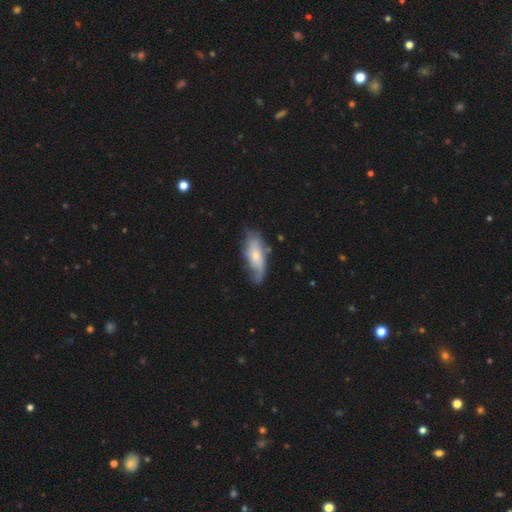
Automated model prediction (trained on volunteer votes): Smooth or featured? featured or disk (49%)
Merging? none (53%)